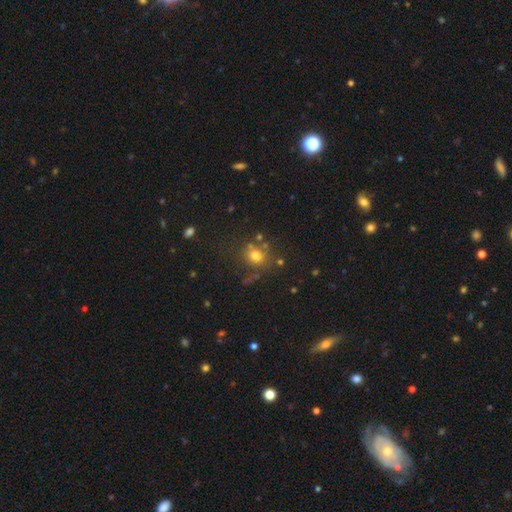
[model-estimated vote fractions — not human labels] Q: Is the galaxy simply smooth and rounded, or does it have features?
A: smooth — 72%.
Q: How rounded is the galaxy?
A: round — 76%.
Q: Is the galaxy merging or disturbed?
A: none — 69%.